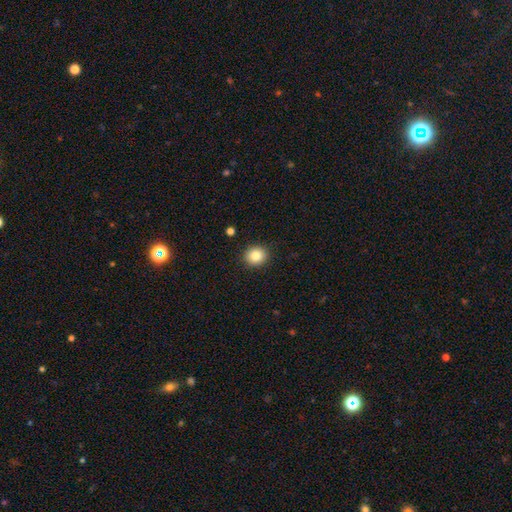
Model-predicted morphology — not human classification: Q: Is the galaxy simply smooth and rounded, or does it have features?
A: smooth — 84%.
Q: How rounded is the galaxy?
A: round — 77%.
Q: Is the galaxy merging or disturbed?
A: none — 90%.